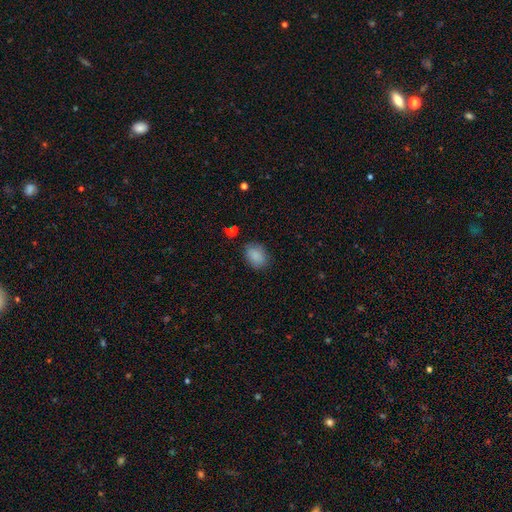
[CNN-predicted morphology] Smooth or featured: smooth — 87% (star or artifact — 8%)
How rounded: in between — 71% (round — 28%)
Merging: none — 84% (minor disturbance — 12%)